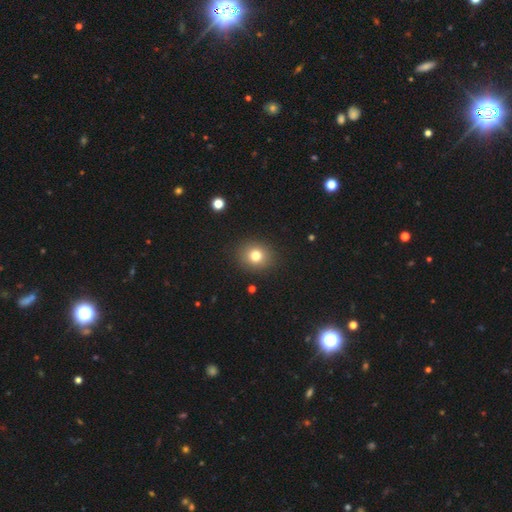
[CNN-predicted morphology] This appears to be a smooth galaxy with no disk features (78%) that is round (74%). Merging: none (90%).